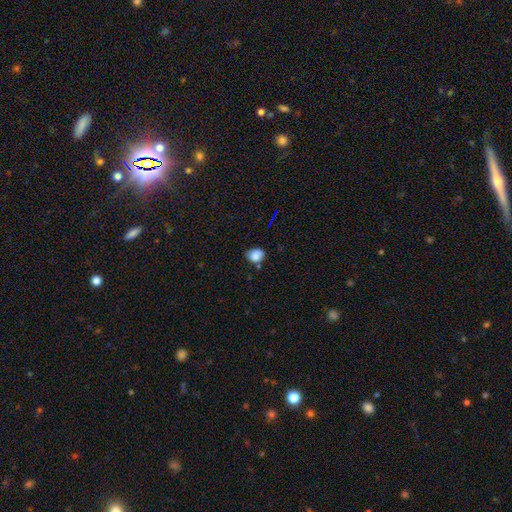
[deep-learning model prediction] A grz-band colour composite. It shows a smooth galaxy with no disk features (80%) that is round (50%). Merging: none (58%).